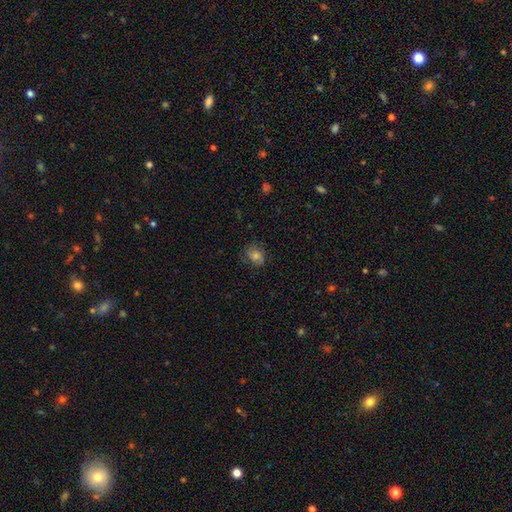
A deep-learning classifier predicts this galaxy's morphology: Smooth or featured? smooth (64%)
How rounded? round (51%)
Merging? none (71%)